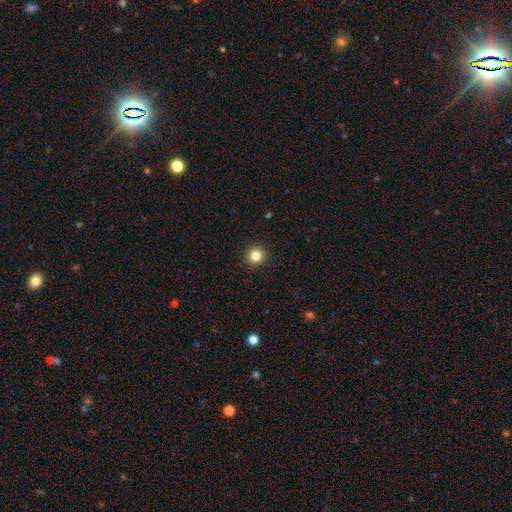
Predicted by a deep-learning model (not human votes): This appears to be a smooth galaxy with no disk features (83%) that is round (94%). Merging: none (93%).